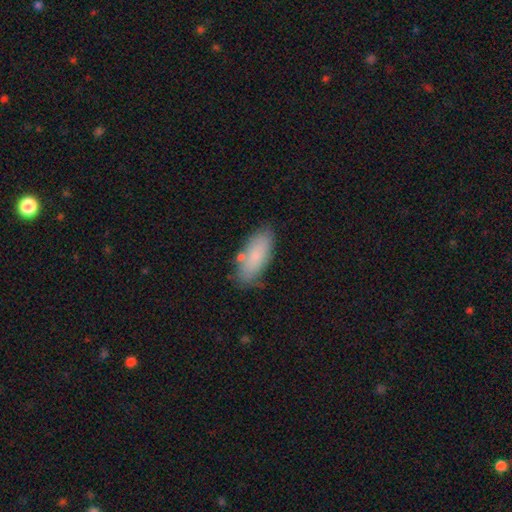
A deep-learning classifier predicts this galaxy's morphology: Smooth or featured: smooth — 82% (featured or disk — 12%)
How rounded: in between — 79% (cigar-shaped — 19%)
Merging: none — 73% (minor disturbance — 18%)